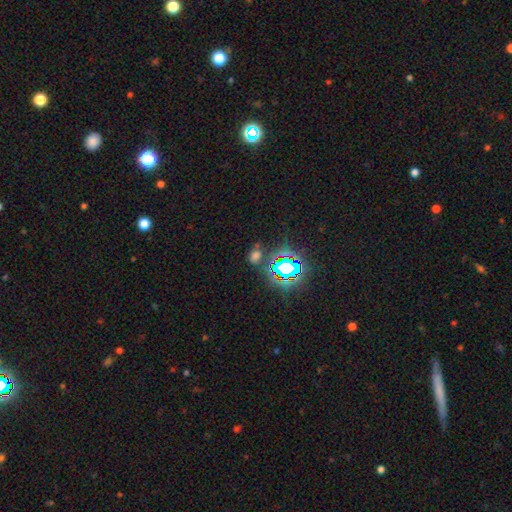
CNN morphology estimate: This appears to be a smooth galaxy with no disk features (48%). Merging: none (67%).